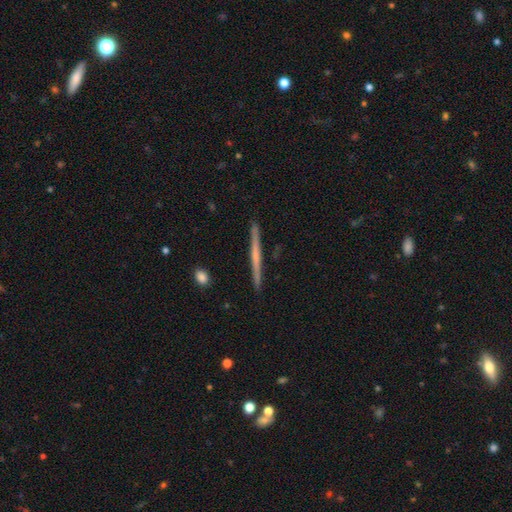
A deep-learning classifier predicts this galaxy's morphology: A featured or disk galaxy (60%) viewed edge-on (98%) with no central bulge (72%).

Vote fractions:
- Smooth or featured? featured or disk: 60% / smooth: 35% / star or artifact: 5%
- Edge-on disk? yes: 98% / no: 2%
- Edge-on bulge? none: 72% / rounded: 21% / boxy: 7%
- Merging? none: 92% / minor disturbance: 5% / merger: 1% / major disturbance: 1%